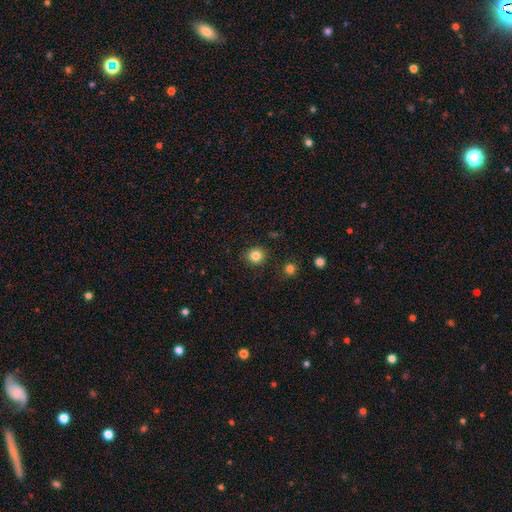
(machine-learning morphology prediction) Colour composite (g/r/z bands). It shows a smooth galaxy with no disk features (83%) that is round (87%). Merging: none (89%).